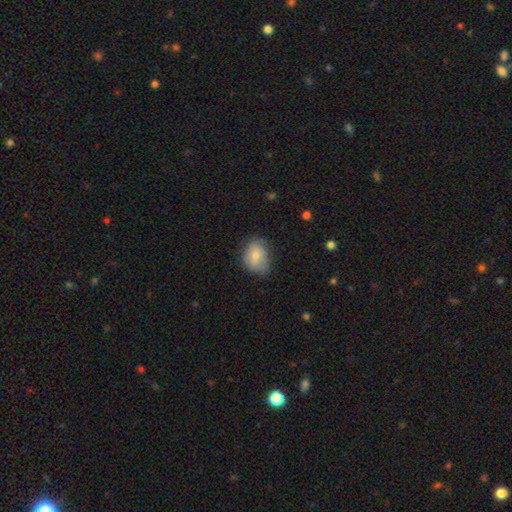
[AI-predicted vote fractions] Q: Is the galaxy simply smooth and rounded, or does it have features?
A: smooth — 75%.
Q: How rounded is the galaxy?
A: in between — 63%.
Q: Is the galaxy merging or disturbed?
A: none — 62%.